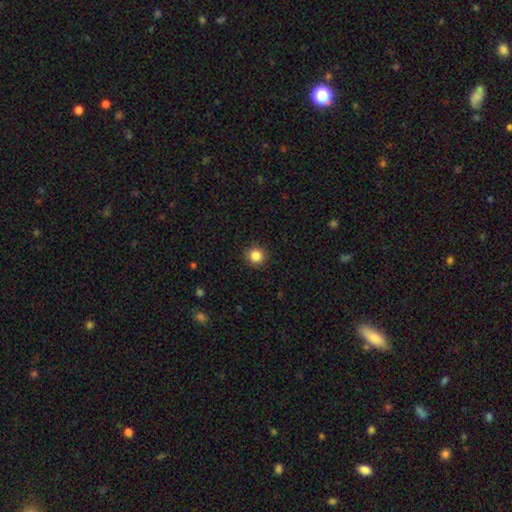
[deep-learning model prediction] Smooth or featured: smooth — 85% (star or artifact — 11%)
How rounded: round — 95% (in between — 4%)
Merging: none — 92% (minor disturbance — 5%)